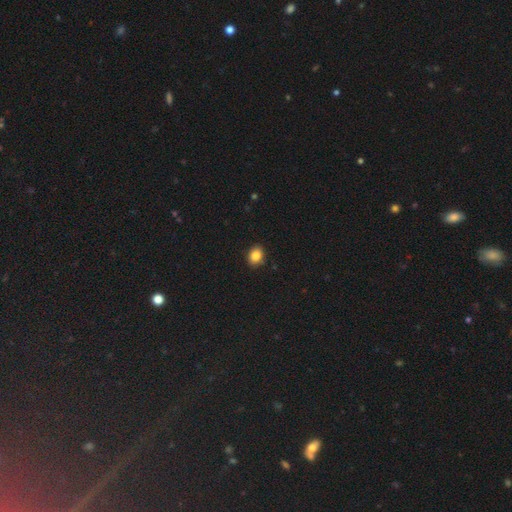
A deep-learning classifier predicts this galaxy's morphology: This is clearly a smooth galaxy (86%). How rounded: possibly in between (58%). Merging: clearly none (88%).